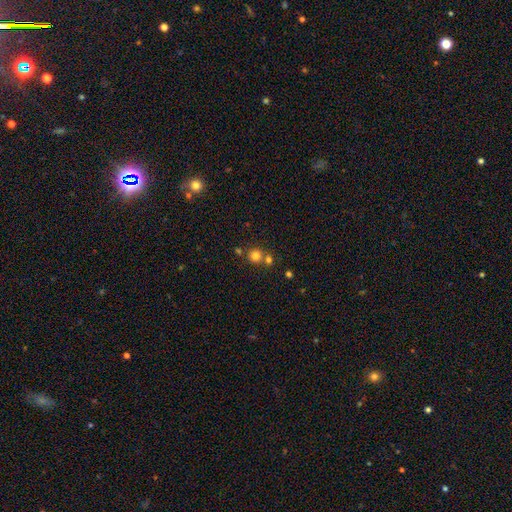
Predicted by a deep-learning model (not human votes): A smooth galaxy with no disk features (78%) that is round (91%). Merging: none (64%).